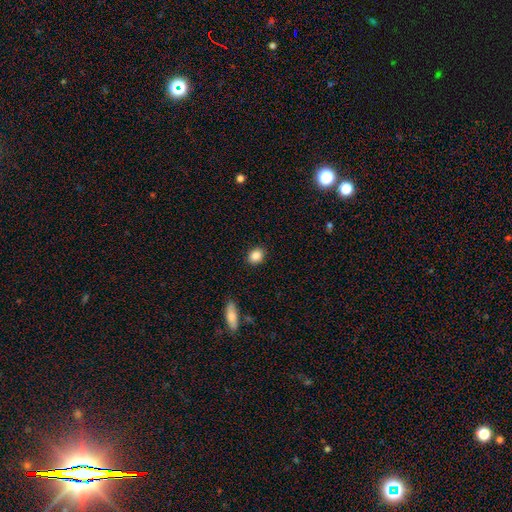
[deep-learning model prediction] A smooth galaxy with no disk features (87%) that is round (55%). Merging: none (89%).